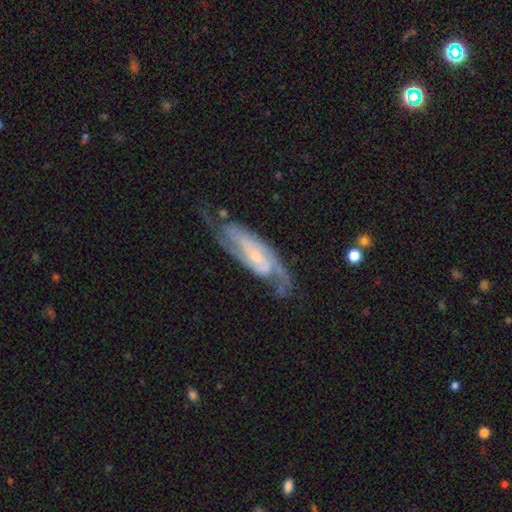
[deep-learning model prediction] The model was most divided on "bar": weak: 41%, no: 37%, strong: 22%. Remaining: spiral arms — yes (97%); edge-on disk — no (90%); smooth or featured — featured or disk (88%); spiral arm count — 2 (81%); merging — none (68%); bulge size — small (63%); spiral winding — medium (48%).